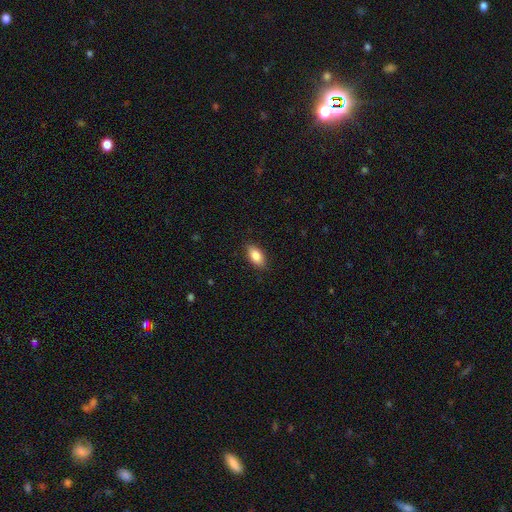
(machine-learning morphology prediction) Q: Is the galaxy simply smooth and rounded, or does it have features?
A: smooth — 84%.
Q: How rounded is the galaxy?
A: in between — 90%.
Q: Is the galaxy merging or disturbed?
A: none — 87%.